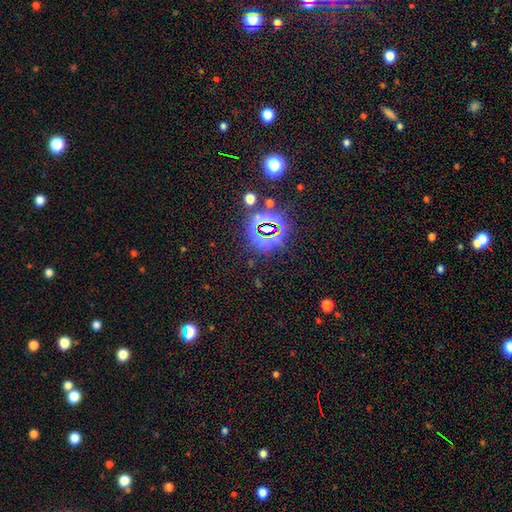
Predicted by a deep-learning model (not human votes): This appears to be a star or artifact, not a galaxy (83%).